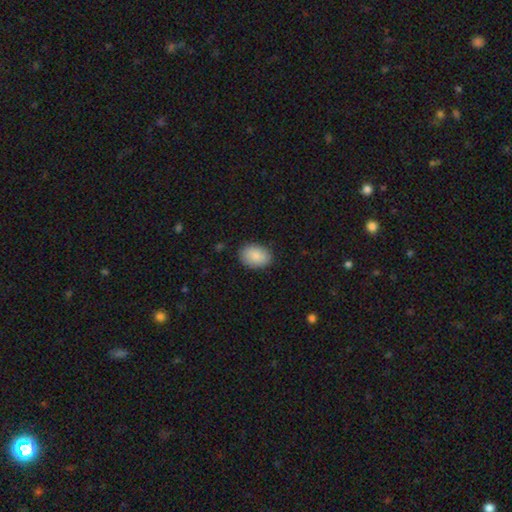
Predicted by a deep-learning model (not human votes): smooth_or_featured: smooth (p=0.88) [alt: star or artifact p=0.06]
how_rounded: in between (p=0.80) [alt: round p=0.19]
merging: none (p=0.87) [alt: minor disturbance p=0.10]